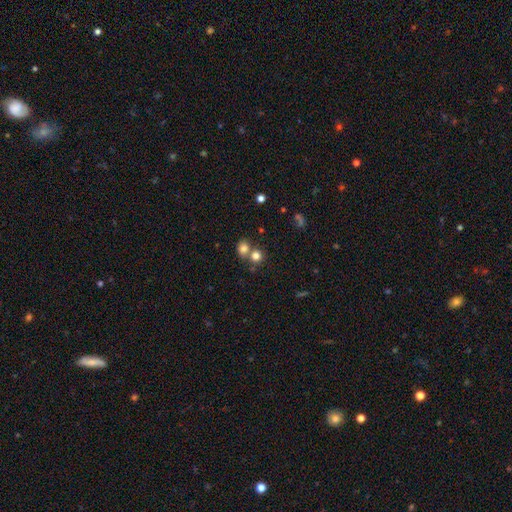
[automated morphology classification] smooth 78%, star or artifact 14%, featured or disk 8%. Down the decision tree: how rounded — round (84%); merging — none (51%).